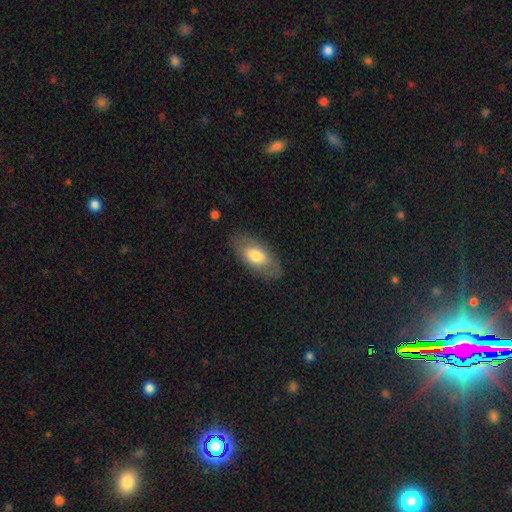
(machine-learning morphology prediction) The model was most divided on "smooth or featured": smooth: 68%, featured or disk: 26%, star or artifact: 6%. More confident: how rounded — in between (90%); merging — none (81%).